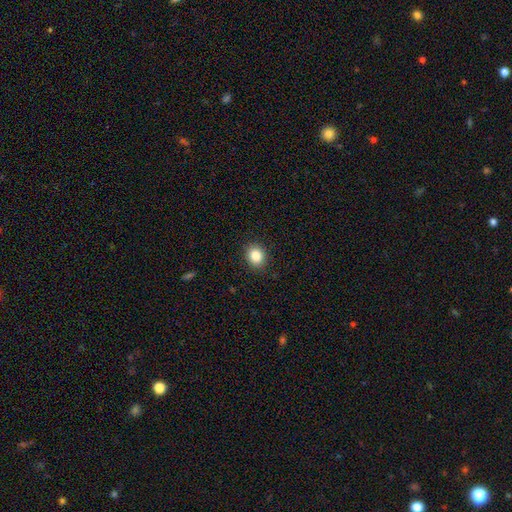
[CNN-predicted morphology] Overall: smooth (85%). How rounded: round (59%; in between 40%). Merging: none (90%).